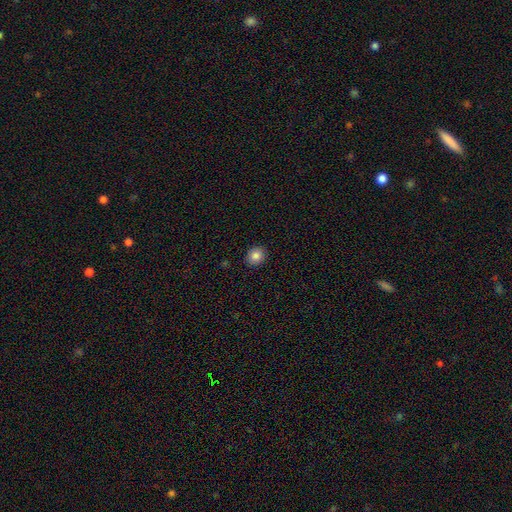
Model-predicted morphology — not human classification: smooth-or-featured: smooth: 84% | star or artifact: 10% | featured or disk: 6%
  how-rounded: round: 69% | in between: 30% | cigar-shaped: 1%
  merging: none: 90% | minor disturbance: 7% | major disturbance: 2% | merger: 1%